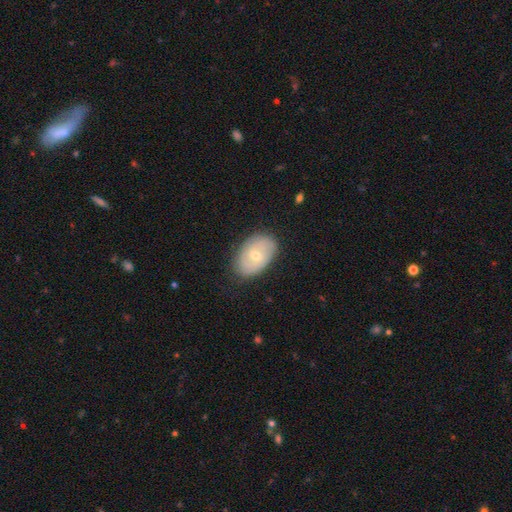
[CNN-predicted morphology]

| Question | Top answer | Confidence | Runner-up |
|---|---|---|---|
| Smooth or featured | featured or disk | 50% | smooth (43%) |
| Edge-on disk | no | 94% | yes (6%) |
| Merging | none | 80% | minor disturbance (15%) |